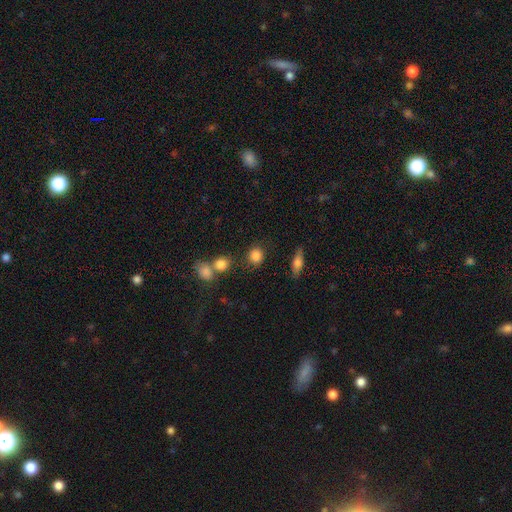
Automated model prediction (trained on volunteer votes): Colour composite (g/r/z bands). It shows a smooth galaxy with no disk features (84%) that is round (83%). Merging: none (77%).